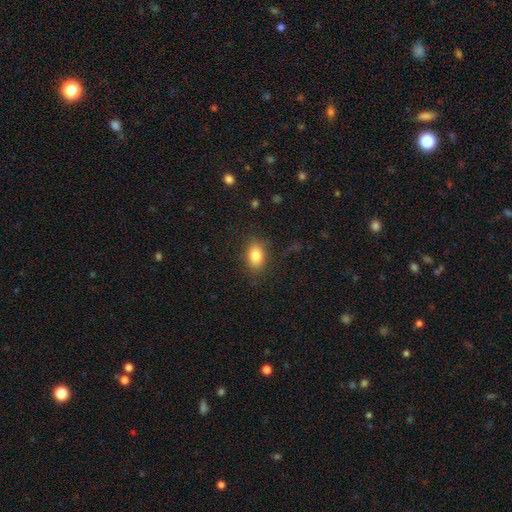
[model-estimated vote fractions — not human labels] Smooth or featured: smooth — 82% (star or artifact — 9%)
How rounded: in between — 84% (round — 14%)
Merging: none — 84% (minor disturbance — 11%)